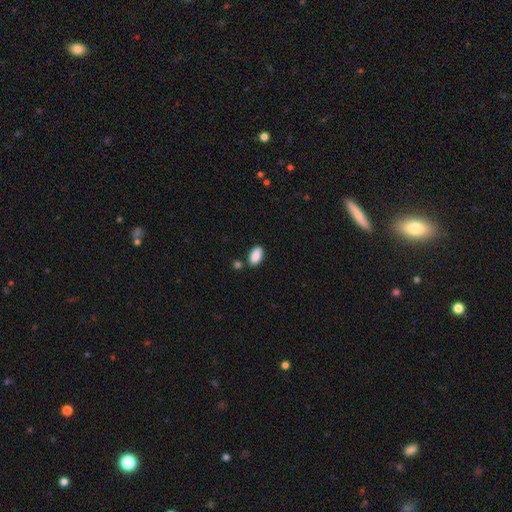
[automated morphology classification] smooth-or-featured: smooth: 90% | star or artifact: 7% | featured or disk: 3%
  how-rounded: in between: 93% | cigar-shaped: 3% | round: 3%
  merging: none: 77% | minor disturbance: 12% | merger: 8% | major disturbance: 3%